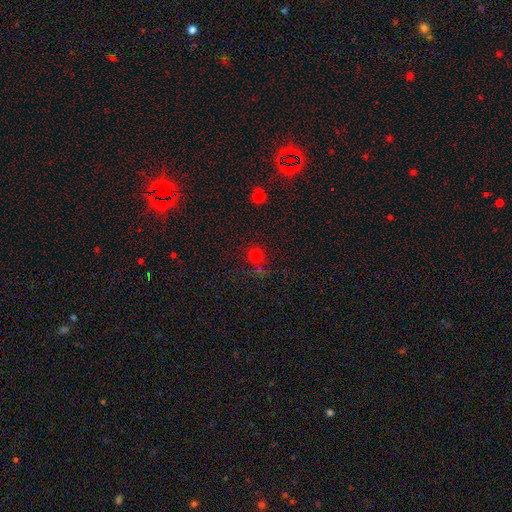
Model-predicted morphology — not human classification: A smooth galaxy with no disk features (69%) that is round (91%).

Vote fractions:
- Smooth or featured? smooth: 69% / star or artifact: 24% / featured or disk: 7%
- How rounded? round: 91% / in between: 8% / cigar-shaped: 1%
- Merging? none: 67% / merger: 21% / minor disturbance: 8% / major disturbance: 4%